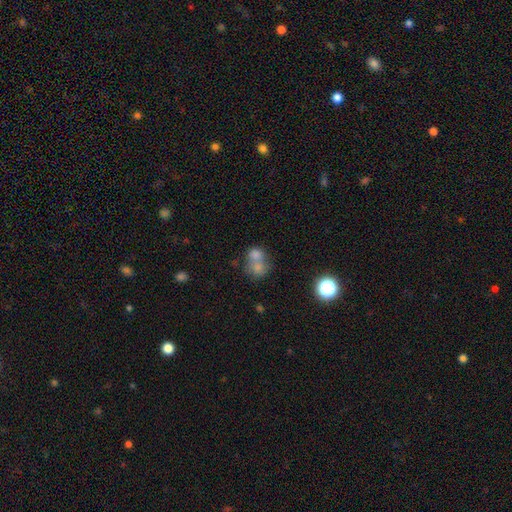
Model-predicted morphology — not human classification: Smooth or featured? smooth (69%)
How rounded? round (65%)
Merging? merger (66%)